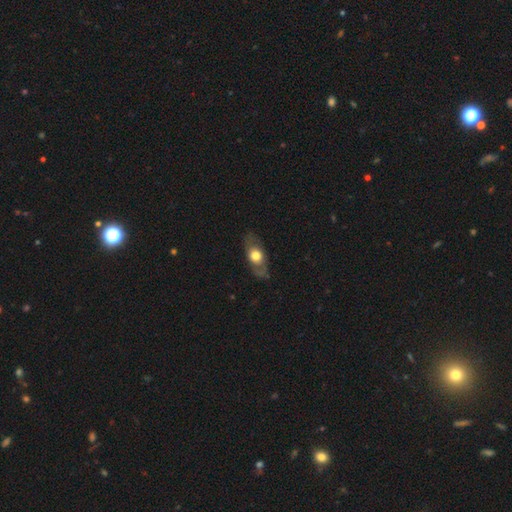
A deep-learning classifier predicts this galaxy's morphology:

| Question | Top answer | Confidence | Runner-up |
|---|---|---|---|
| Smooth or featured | smooth | 50% | featured or disk (44%) |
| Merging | none | 75% | minor disturbance (17%) |